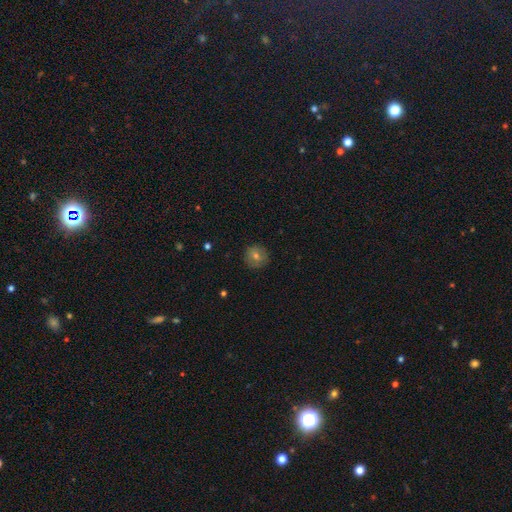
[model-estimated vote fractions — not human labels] This is likely a smooth galaxy (62%). How rounded: clearly round (93%). Merging: clearly none (88%).